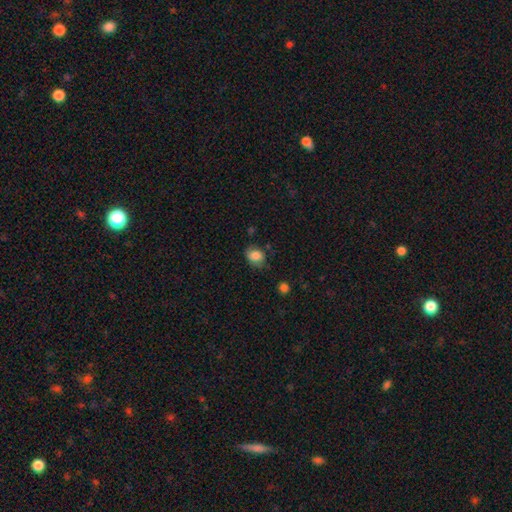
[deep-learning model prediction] Smooth or featured: smooth — 83% (star or artifact — 9%)
How rounded: in between — 55% (round — 44%)
Merging: none — 64% (minor disturbance — 27%)